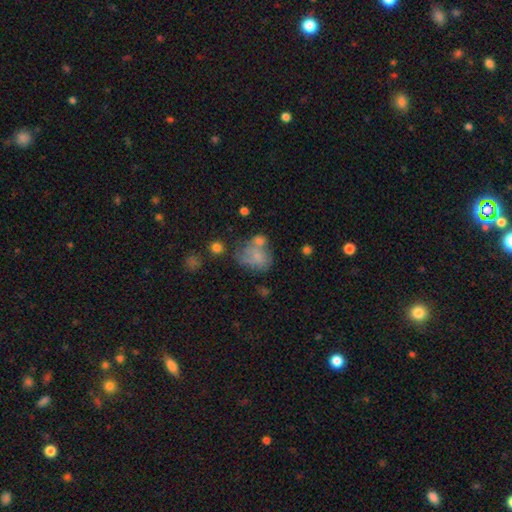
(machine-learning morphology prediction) This is possibly a smooth galaxy (57%). How rounded: possibly round (51%). Merging: marginally merger (30%).